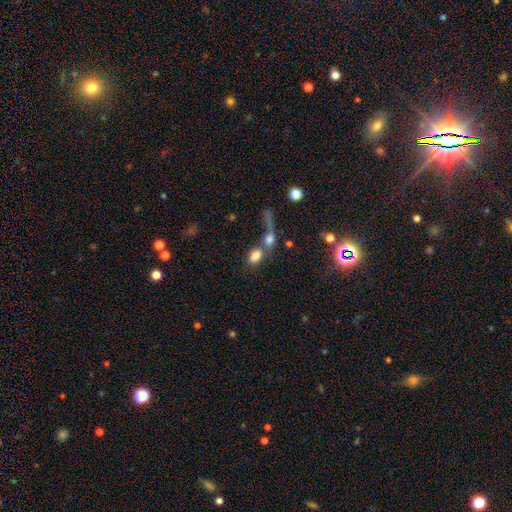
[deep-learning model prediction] Smooth or featured? smooth (80%)
How rounded? in between (79%)
Merging? merger (52%)